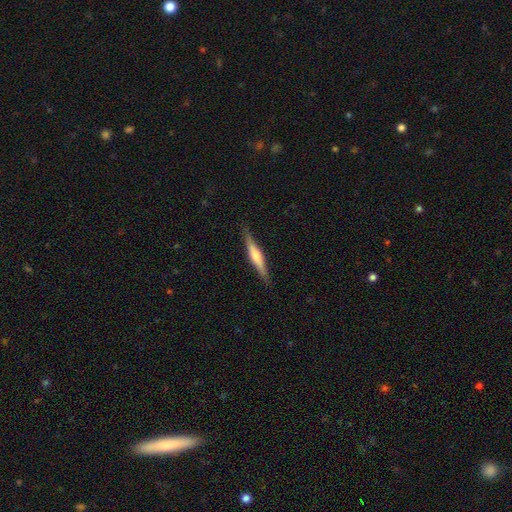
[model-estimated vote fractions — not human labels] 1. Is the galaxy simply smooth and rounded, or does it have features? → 63% featured or disk, 31% smooth, 6% star or artifact.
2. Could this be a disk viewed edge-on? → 97% yes, 3% no.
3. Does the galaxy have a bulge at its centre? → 74% rounded, 16% boxy, 10% none.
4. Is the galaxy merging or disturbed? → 88% none, 9% minor disturbance, 2% major disturbance, 1% merger.